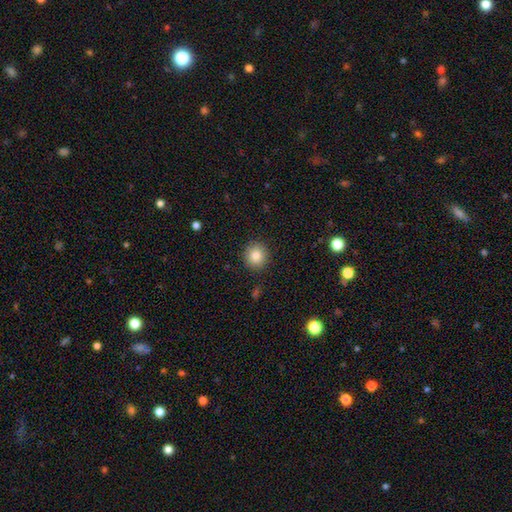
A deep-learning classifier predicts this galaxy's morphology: Q: Smooth or featured?
A: smooth (83%); runner-up: star or artifact (10%)
Q: How rounded?
A: round (92%); runner-up: in between (7%)
Q: Merging?
A: none (90%); runner-up: minor disturbance (7%)